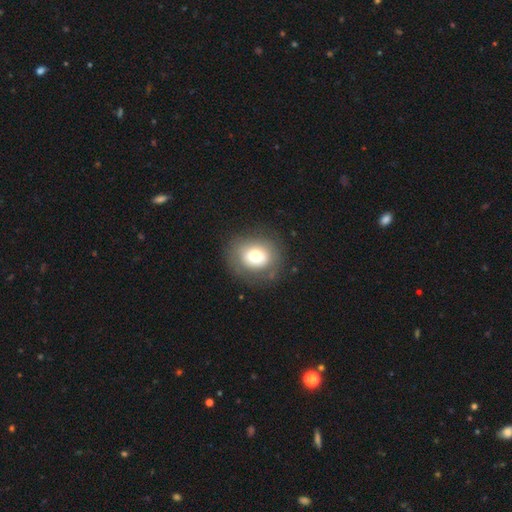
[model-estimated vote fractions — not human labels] The model was most divided on "smooth or featured": smooth: 67%, featured or disk: 23%, star or artifact: 10%. More confident: merging — none (78%); how rounded — round (76%).